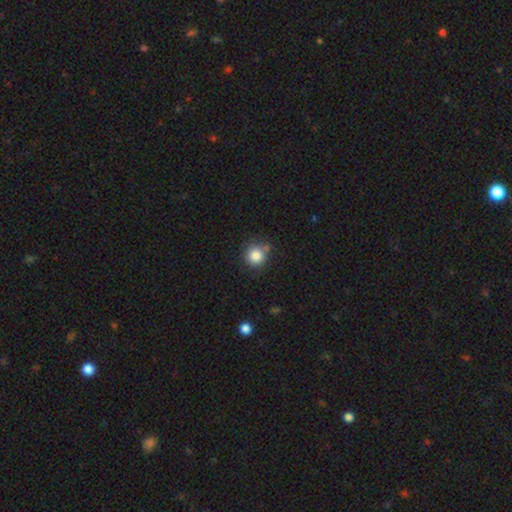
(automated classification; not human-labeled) smooth 84%, star or artifact 10%, featured or disk 6%. Down the decision tree: how rounded — round (92%); merging — none (73%).